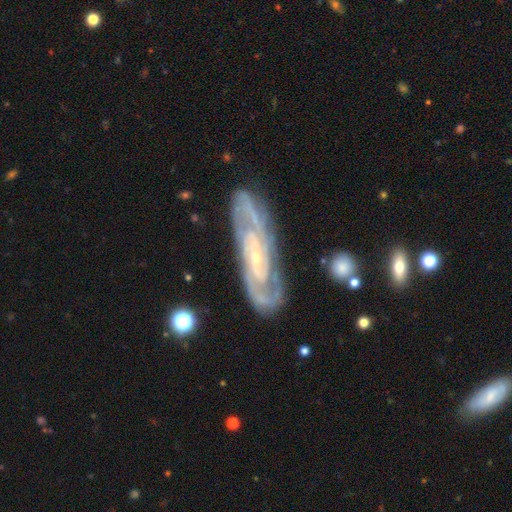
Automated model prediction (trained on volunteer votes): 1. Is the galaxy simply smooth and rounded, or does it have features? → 87% featured or disk, 7% smooth, 6% star or artifact.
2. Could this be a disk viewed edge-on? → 87% no, 13% yes.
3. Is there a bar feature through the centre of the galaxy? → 53% no, 32% weak, 15% strong.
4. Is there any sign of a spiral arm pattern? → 96% yes, 4% no.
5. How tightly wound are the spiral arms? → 56% tight, 35% medium, 8% loose.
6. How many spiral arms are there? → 46% 2, 24% can't tell, 14% 3, 7% 4, 5% 1, 5% more than 4.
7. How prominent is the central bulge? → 82% small, 13% moderate, 3% none, 1% large, 1% dominant.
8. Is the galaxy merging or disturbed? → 77% none, 15% minor disturbance, 5% major disturbance, 2% merger.